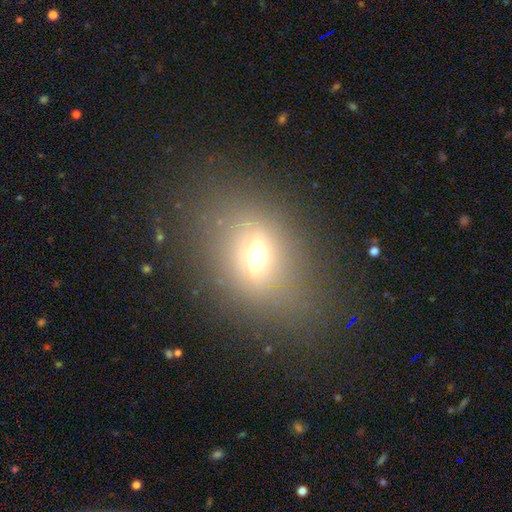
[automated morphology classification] This appears to be a smooth galaxy with no disk features (52%) that is in between round and cigar-shaped (68%). Merging: none (76%).